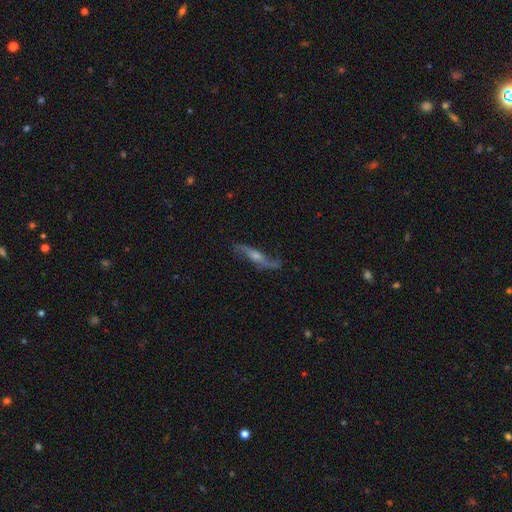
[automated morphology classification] smooth_or_featured: featured or disk (p=0.79) [alt: smooth p=0.14]
disk_edge_on: yes (p=0.51) [alt: no p=0.49]
merging: none (p=0.72) [alt: minor disturbance p=0.18]